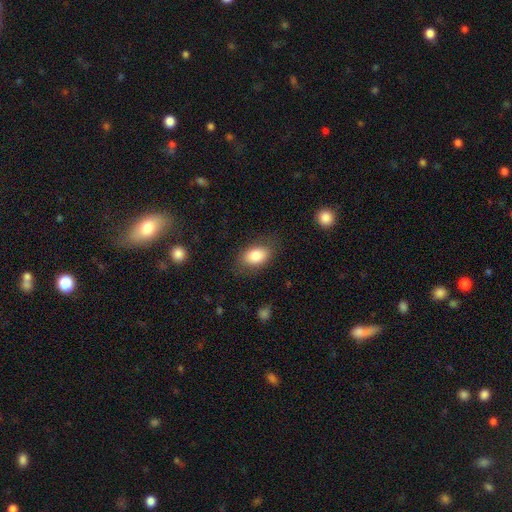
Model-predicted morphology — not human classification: This is clearly a smooth galaxy (84%). How rounded: clearly in between (90%). Merging: likely none (78%).